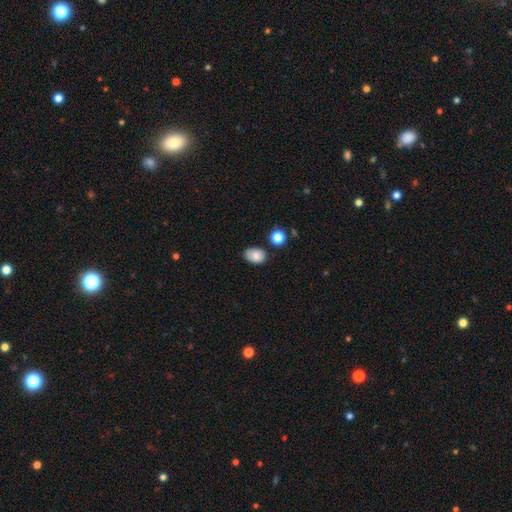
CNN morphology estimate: This appears to be a smooth galaxy with no disk features (83%) that is in between round and cigar-shaped (78%). Merging: none (76%).